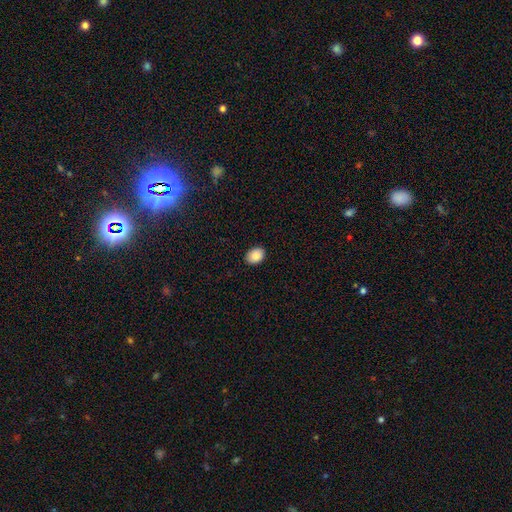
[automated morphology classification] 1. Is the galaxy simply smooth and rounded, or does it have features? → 88% smooth, 8% star or artifact, 5% featured or disk.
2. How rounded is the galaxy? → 73% in between, 26% round, 1% cigar-shaped.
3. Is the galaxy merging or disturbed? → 90% none, 7% minor disturbance, 2% major disturbance, 1% merger.